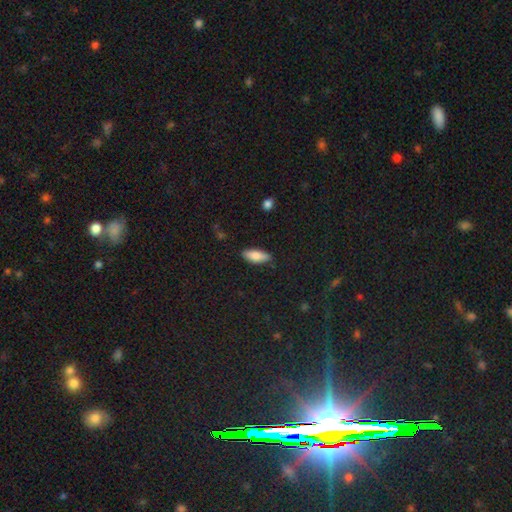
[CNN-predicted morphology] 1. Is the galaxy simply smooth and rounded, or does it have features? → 79% smooth, 15% featured or disk, 7% star or artifact.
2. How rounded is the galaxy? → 69% in between, 28% cigar-shaped, 2% round.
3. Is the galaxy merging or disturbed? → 87% none, 10% minor disturbance, 2% major disturbance, 1% merger.